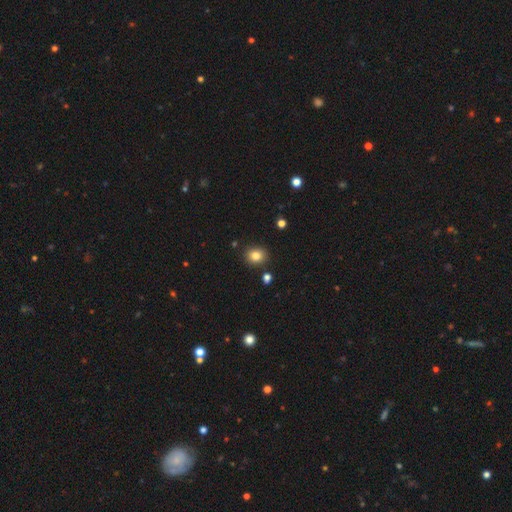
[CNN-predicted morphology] smooth 82%, star or artifact 12%, featured or disk 7%. Down the decision tree: how rounded — round (69%); merging — none (86%).